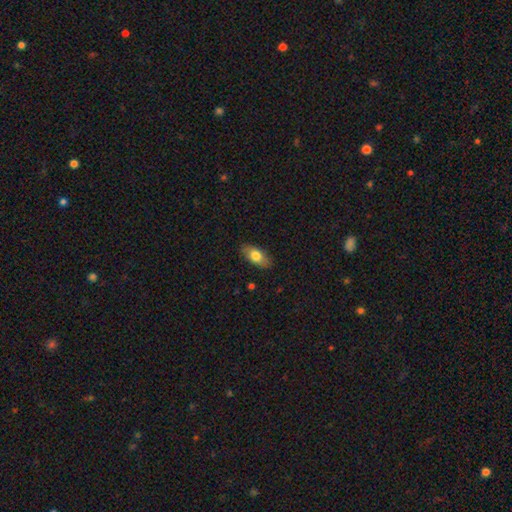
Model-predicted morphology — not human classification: A smooth galaxy with no disk features (75%) that is in between round and cigar-shaped (87%).

Vote fractions:
- Smooth or featured? smooth: 75% / featured or disk: 19% / star or artifact: 6%
- How rounded? in between: 87% / cigar-shaped: 9% / round: 4%
- Merging? none: 85% / minor disturbance: 11% / major disturbance: 2% / merger: 1%